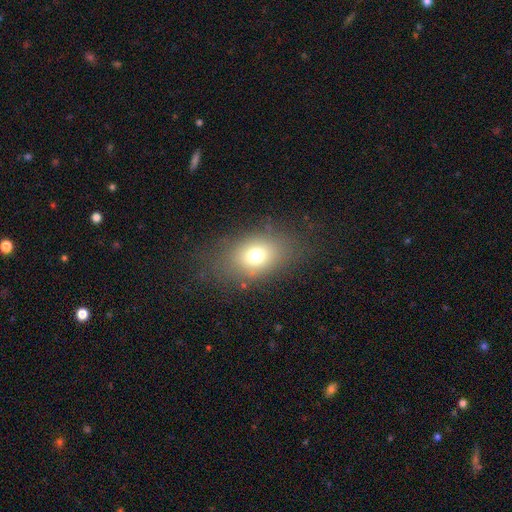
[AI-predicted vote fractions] smooth 72%, star or artifact 14%, featured or disk 14%. Down the decision tree: how rounded — in between (71%); merging — none (75%).